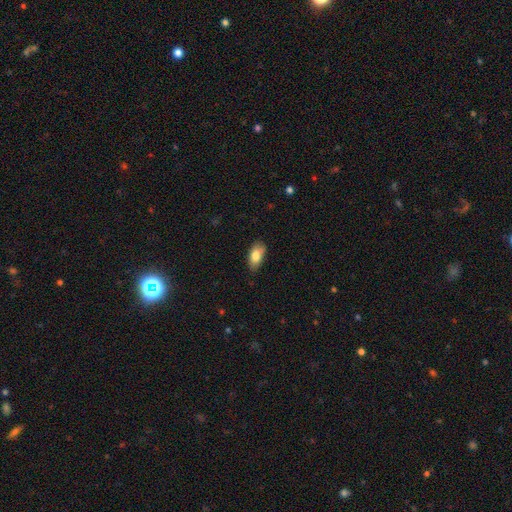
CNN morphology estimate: Smooth or featured?
  - smooth: 81% *
  - featured or disk: 12%
  - star or artifact: 7%
How rounded?
  - in between: 91% *
  - cigar-shaped: 5%
  - round: 4%
Merging?
  - none: 72% *
  - minor disturbance: 23%
  - major disturbance: 4%
  - merger: 2%